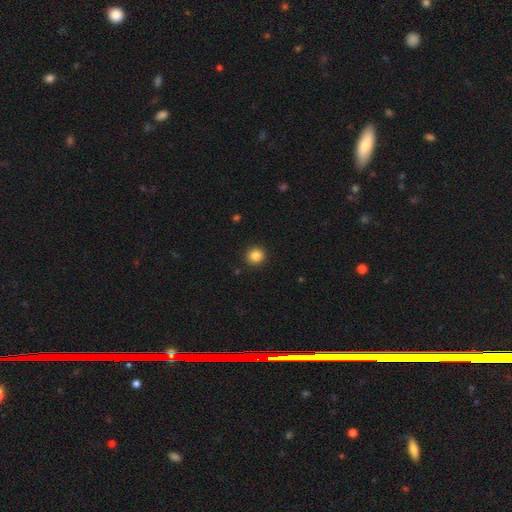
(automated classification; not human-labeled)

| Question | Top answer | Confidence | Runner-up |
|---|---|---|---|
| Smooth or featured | smooth | 86% | star or artifact (11%) |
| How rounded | round | 91% | in between (8%) |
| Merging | none | 92% | minor disturbance (5%) |